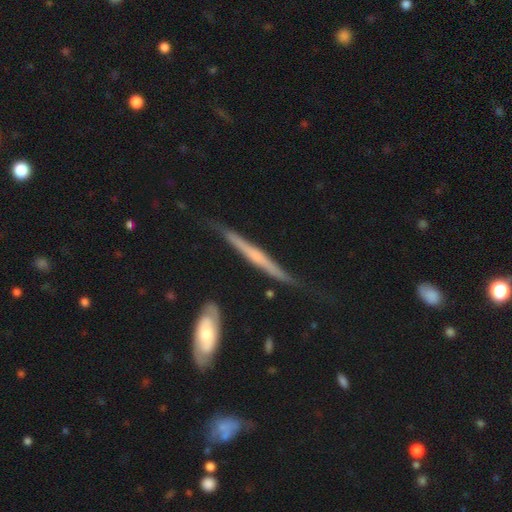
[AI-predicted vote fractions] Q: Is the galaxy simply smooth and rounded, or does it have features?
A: featured or disk — 69%.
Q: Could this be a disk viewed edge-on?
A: yes — 95%.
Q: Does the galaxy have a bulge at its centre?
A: none — 55%.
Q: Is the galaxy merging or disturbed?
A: none — 71%.